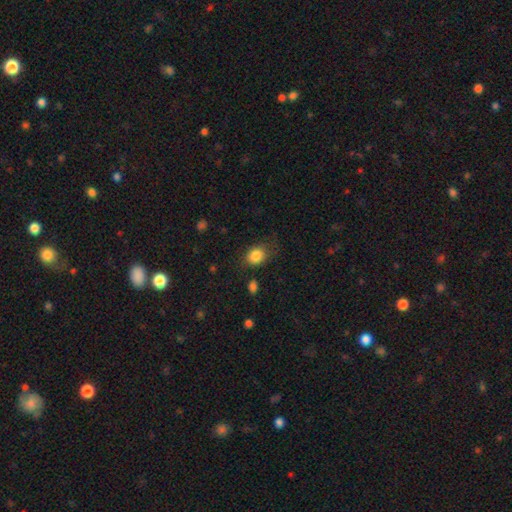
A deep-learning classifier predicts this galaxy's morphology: smooth 84%, star or artifact 9%, featured or disk 6%. Down the decision tree: how rounded — round (53%); merging — none (68%).